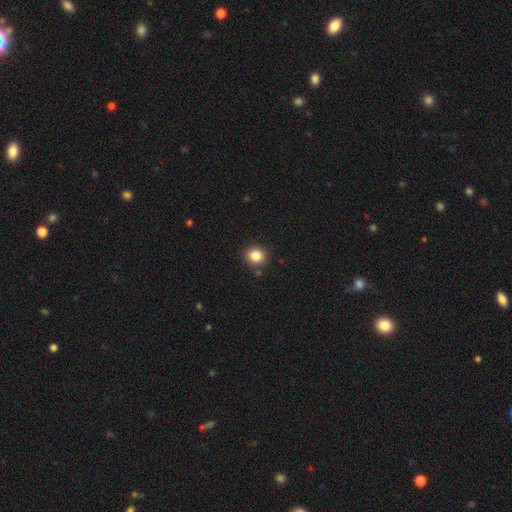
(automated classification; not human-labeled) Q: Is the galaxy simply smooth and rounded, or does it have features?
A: smooth — 85%.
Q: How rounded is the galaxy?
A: round — 83%.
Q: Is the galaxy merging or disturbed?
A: none — 88%.